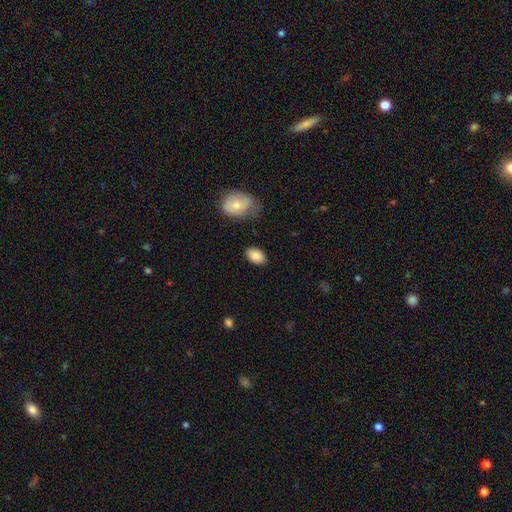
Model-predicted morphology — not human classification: Smooth or featured?
  - smooth: 87% *
  - star or artifact: 7%
  - featured or disk: 6%
How rounded?
  - in between: 89% *
  - round: 9%
  - cigar-shaped: 1%
Merging?
  - none: 83% *
  - minor disturbance: 12%
  - major disturbance: 3%
  - merger: 2%